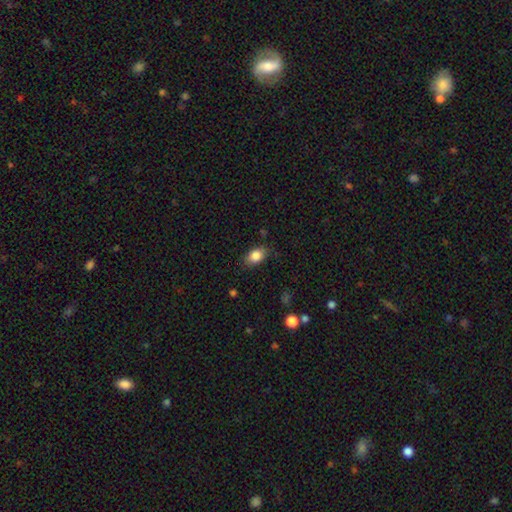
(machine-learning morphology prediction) This appears to be a smooth galaxy with no disk features (85%) that is in between round and cigar-shaped (83%). Merging: none (81%).